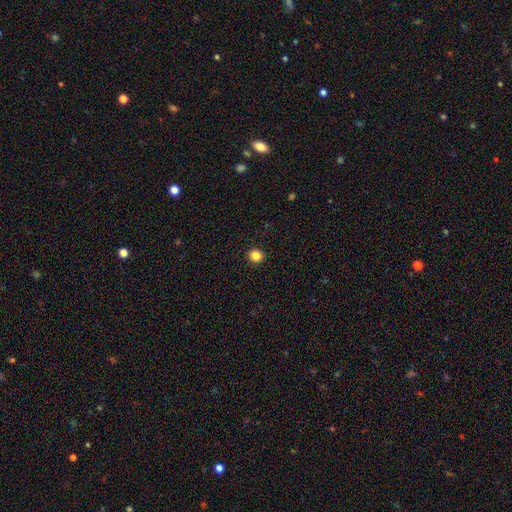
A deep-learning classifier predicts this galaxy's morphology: Q: Smooth or featured?
A: smooth (84%); runner-up: star or artifact (12%)
Q: How rounded?
A: round (93%); runner-up: in between (6%)
Q: Merging?
A: none (93%); runner-up: minor disturbance (4%)